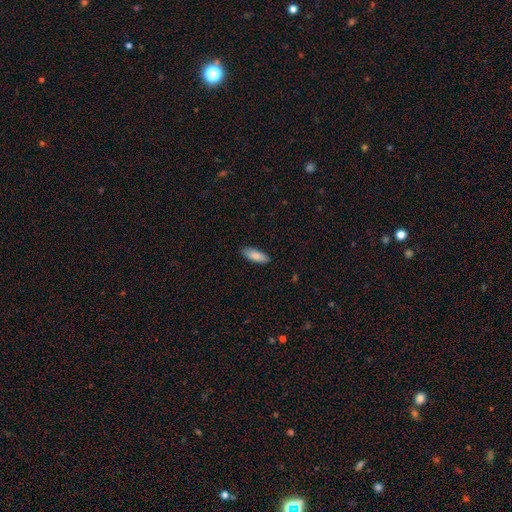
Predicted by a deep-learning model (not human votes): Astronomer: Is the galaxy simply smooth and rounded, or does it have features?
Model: smooth — 85%.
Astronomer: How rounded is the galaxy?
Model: in between — 66%.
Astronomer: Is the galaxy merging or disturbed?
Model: none — 89%.